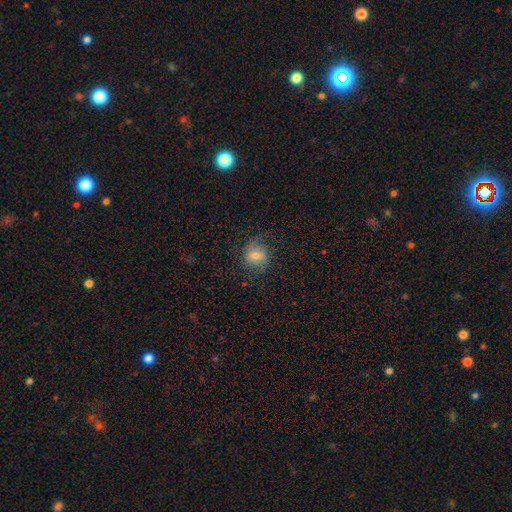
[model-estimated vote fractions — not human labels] A smooth galaxy with no disk features (55%) that is round (70%).

Vote fractions:
- Smooth or featured? smooth: 55% / featured or disk: 32% / star or artifact: 13%
- How rounded? round: 70% / in between: 28% / cigar-shaped: 1%
- Merging? none: 72% / minor disturbance: 17% / major disturbance: 10% / merger: 1%